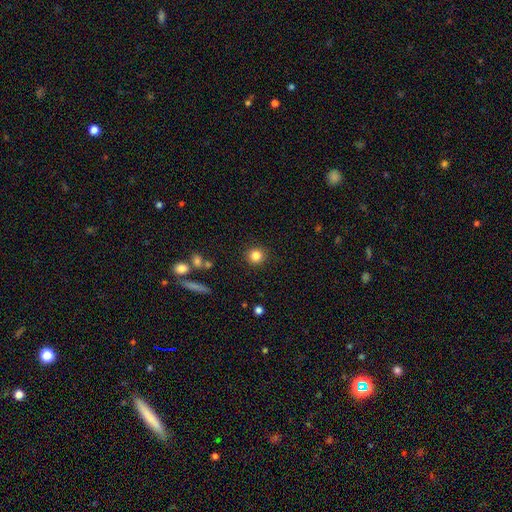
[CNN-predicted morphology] Smooth or featured: smooth — 83% (star or artifact — 11%)
How rounded: round — 92% (in between — 7%)
Merging: none — 90% (minor disturbance — 6%)